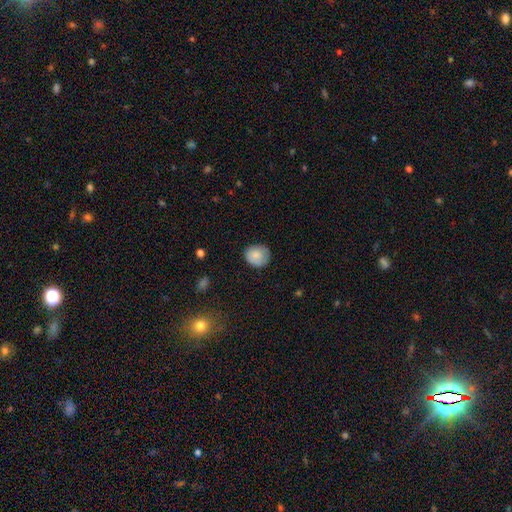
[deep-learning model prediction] Overall: smooth (84%). How rounded: round (76%). Merging: none (74%).